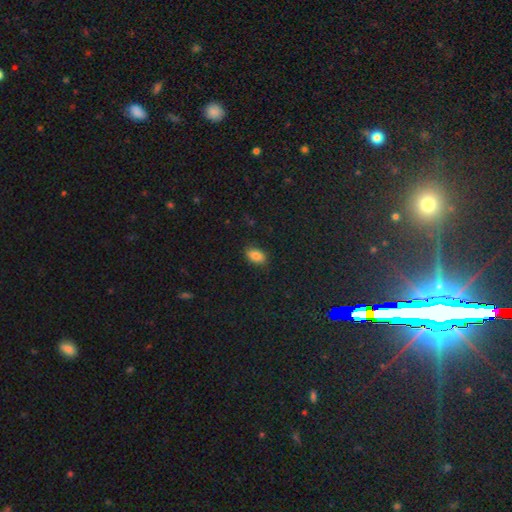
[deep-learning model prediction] This appears to be a smooth galaxy with no disk features (84%) that is in between round and cigar-shaped (89%). Merging: none (86%).